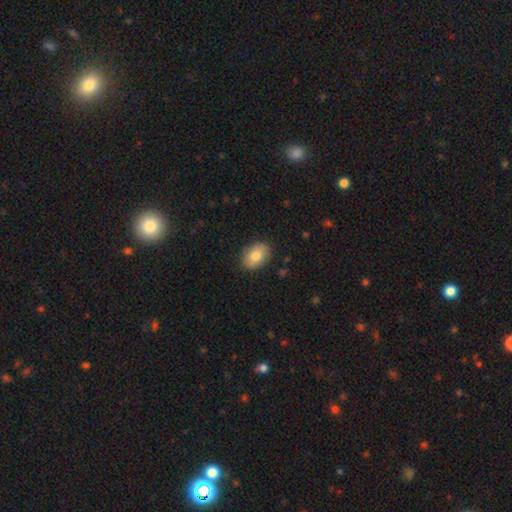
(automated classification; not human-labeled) The model was most divided on "how rounded": in between: 76%, round: 23%, cigar-shaped: 1%. More confident: merging — none (87%); smooth or featured — smooth (79%).